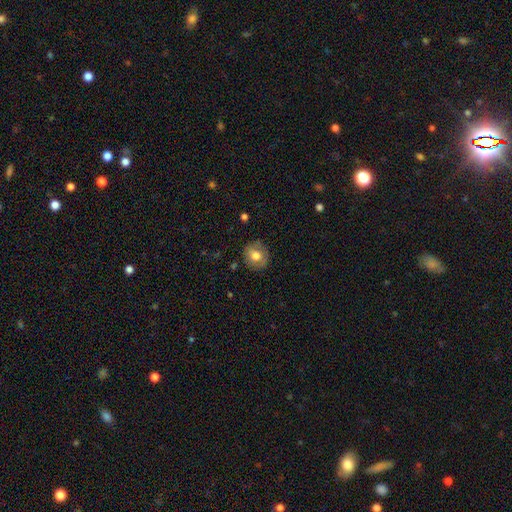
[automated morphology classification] Overall: smooth (67%). How rounded: round (81%). Merging: none (81%).